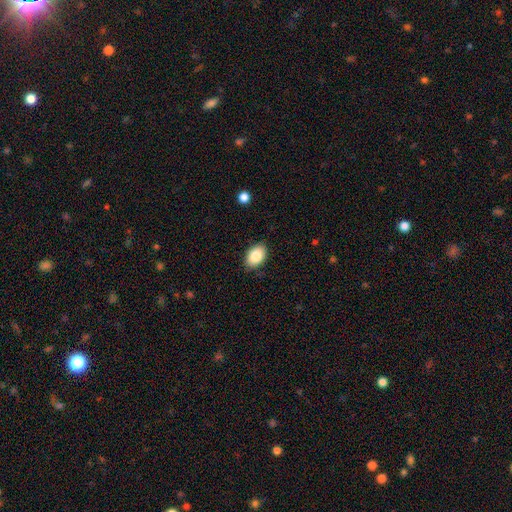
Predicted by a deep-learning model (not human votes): smooth-or-featured: smooth: 86% | star or artifact: 7% | featured or disk: 7%
  how-rounded: in between: 89% | round: 10% | cigar-shaped: 1%
  merging: none: 86% | minor disturbance: 11% | major disturbance: 2% | merger: 1%